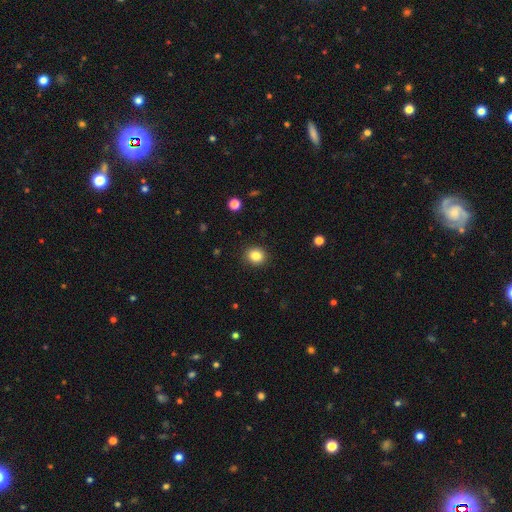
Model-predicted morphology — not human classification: Smooth or featured?
  - smooth: 85% *
  - star or artifact: 10%
  - featured or disk: 5%
How rounded?
  - round: 81% *
  - in between: 18%
  - cigar-shaped: 1%
Merging?
  - none: 91% *
  - minor disturbance: 6%
  - major disturbance: 2%
  - merger: 1%